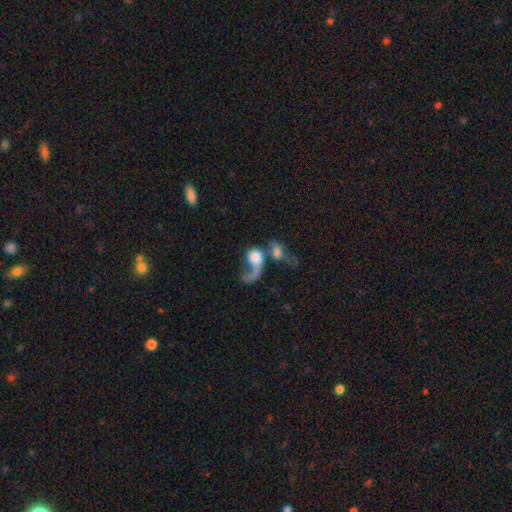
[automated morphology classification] Overall: smooth (48%; featured or disk 42%). Merging: merger (56%; major disturbance 26%).